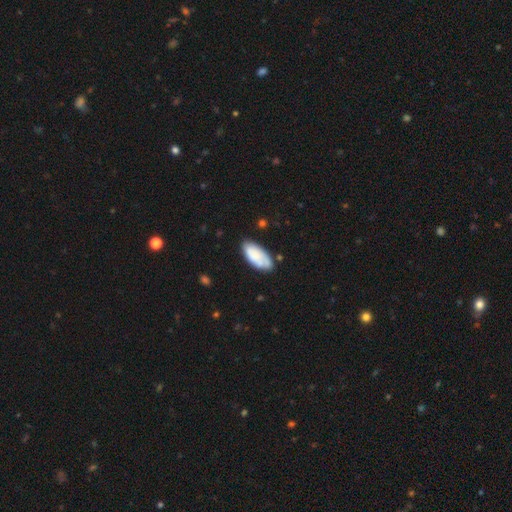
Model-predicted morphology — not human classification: Smooth or featured? smooth (77%)
How rounded? in between (92%)
Merging? none (70%)